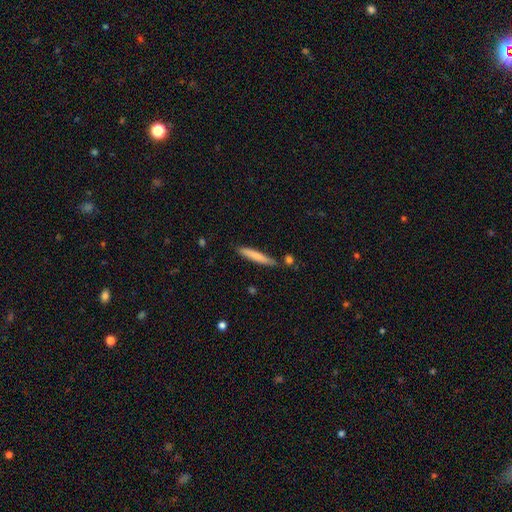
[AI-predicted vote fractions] Smooth or featured? Predicted: smooth (p=0.75). How rounded? Predicted: cigar-shaped (p=0.94). Merging? Predicted: none (p=0.83).